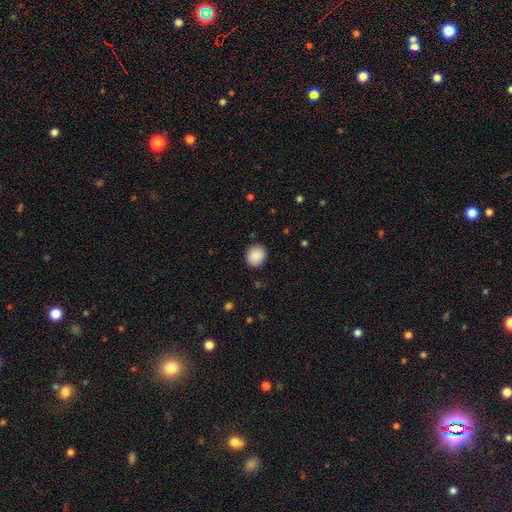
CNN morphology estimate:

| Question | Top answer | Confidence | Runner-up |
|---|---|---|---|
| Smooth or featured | smooth | 88% | star or artifact (8%) |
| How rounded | round | 73% | in between (26%) |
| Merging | none | 88% | minor disturbance (9%) |